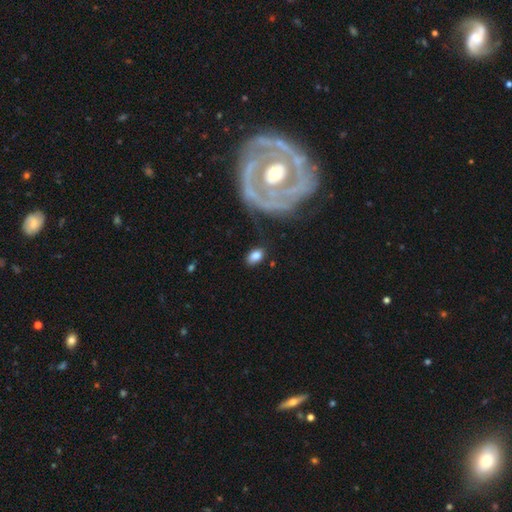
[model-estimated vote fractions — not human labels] This is likely a smooth galaxy (78%). How rounded: clearly in between (87%). Merging: likely none (73%).